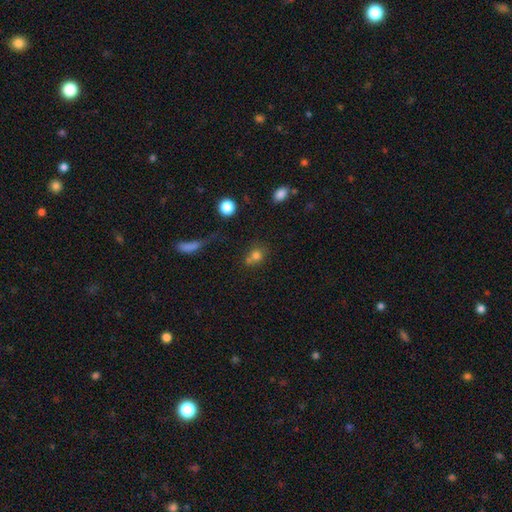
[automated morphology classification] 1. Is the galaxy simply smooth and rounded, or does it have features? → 73% smooth, 15% star or artifact, 12% featured or disk.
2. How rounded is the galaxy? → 73% round, 26% in between, 2% cigar-shaped.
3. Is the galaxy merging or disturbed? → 45% none, 35% merger, 13% minor disturbance, 7% major disturbance.